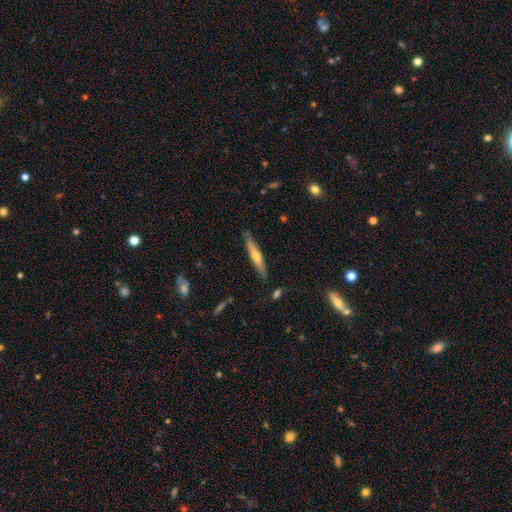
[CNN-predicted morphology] Smooth or featured? featured or disk (52%)
Edge-on disk? yes (94%)
Merging? none (85%)